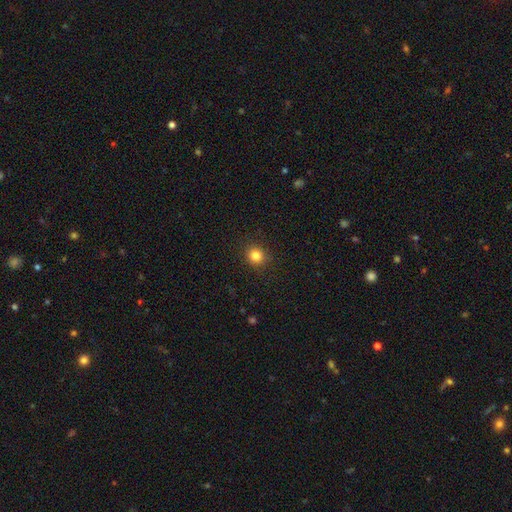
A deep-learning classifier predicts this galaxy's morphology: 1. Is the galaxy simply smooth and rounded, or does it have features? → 84% smooth, 12% star or artifact, 5% featured or disk.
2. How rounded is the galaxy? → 85% round, 14% in between, 1% cigar-shaped.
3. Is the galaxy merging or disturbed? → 91% none, 6% minor disturbance, 2% major disturbance, 1% merger.